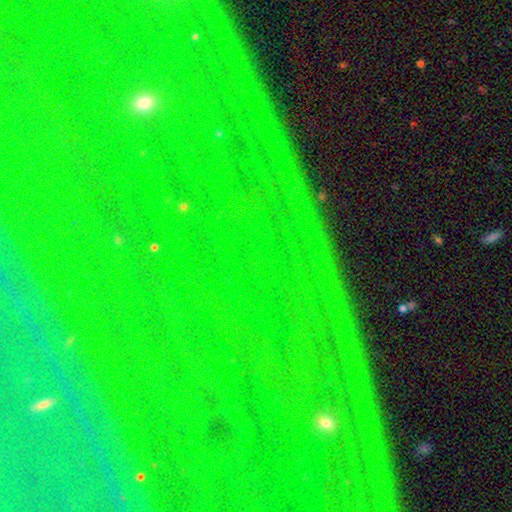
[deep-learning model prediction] Q: Smooth or featured?
A: star or artifact (87%); runner-up: featured or disk (7%)